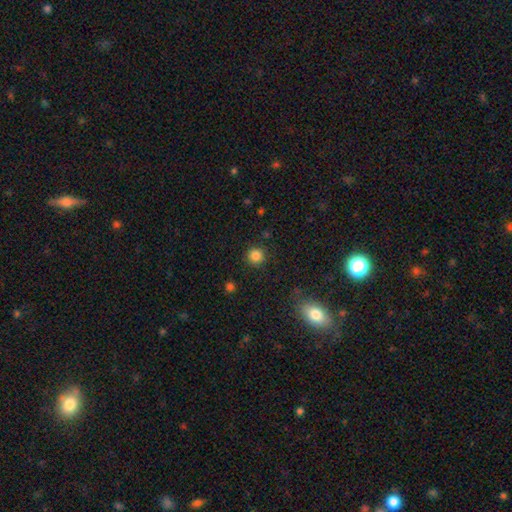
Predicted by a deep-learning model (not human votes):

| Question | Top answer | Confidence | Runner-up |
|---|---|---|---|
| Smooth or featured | smooth | 85% | star or artifact (12%) |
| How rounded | round | 94% | in between (5%) |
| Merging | none | 90% | minor disturbance (6%) |